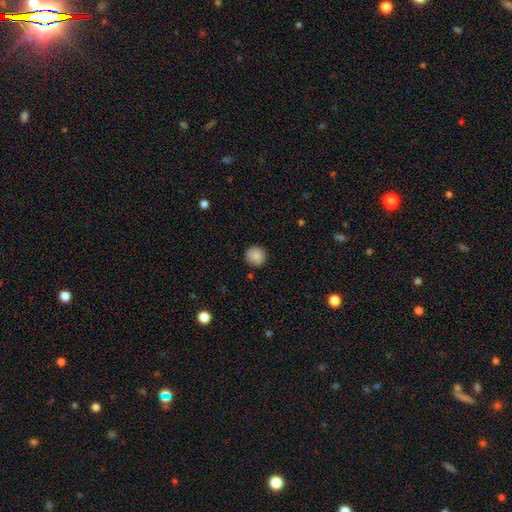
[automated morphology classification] Overall: smooth (88%). How rounded: round (94%). Merging: none (88%).